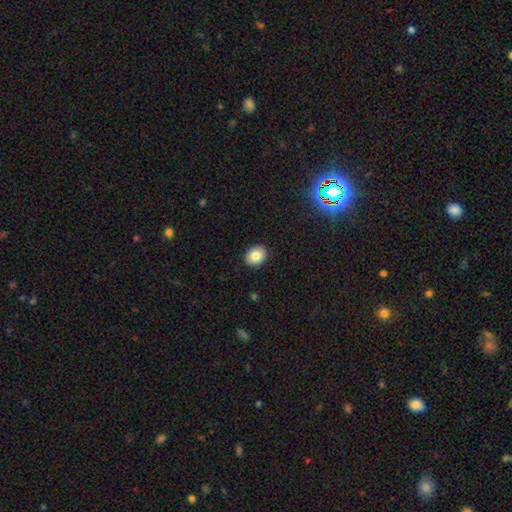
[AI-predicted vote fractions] smooth-or-featured: smooth: 84% | star or artifact: 9% | featured or disk: 7%
  how-rounded: round: 66% | in between: 33% | cigar-shaped: 1%
  merging: none: 91% | minor disturbance: 6% | major disturbance: 2% | merger: 1%